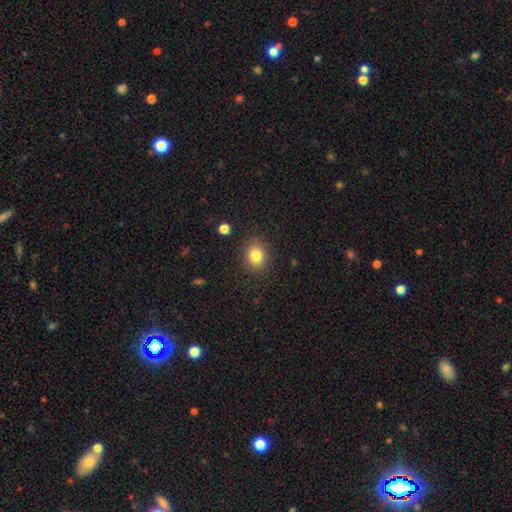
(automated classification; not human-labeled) A smooth galaxy with no disk features (82%) that is round (67%).

Vote fractions:
- Smooth or featured? smooth: 82% / star or artifact: 11% / featured or disk: 7%
- How rounded? round: 67% / in between: 33% / cigar-shaped: 1%
- Merging? none: 87% / minor disturbance: 9% / major disturbance: 3% / merger: 2%